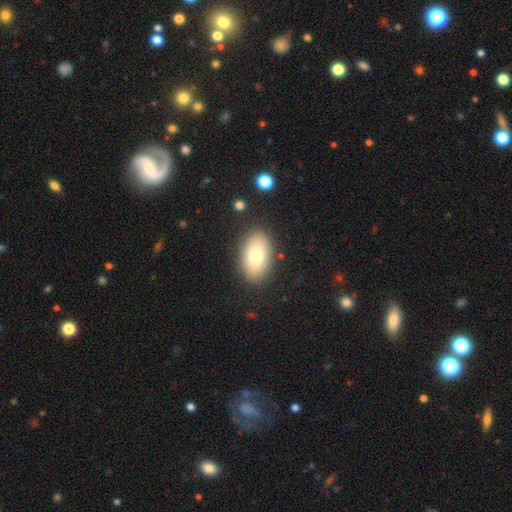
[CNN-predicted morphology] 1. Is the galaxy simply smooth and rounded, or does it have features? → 75% smooth, 17% featured or disk, 8% star or artifact.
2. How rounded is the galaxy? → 91% in between, 8% round, 1% cigar-shaped.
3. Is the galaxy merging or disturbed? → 85% none, 10% minor disturbance, 3% major disturbance, 2% merger.